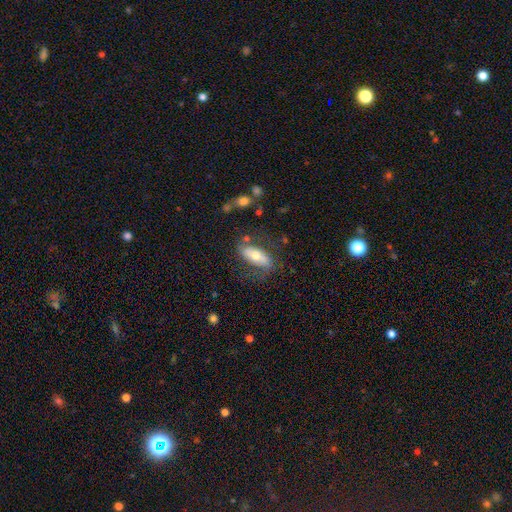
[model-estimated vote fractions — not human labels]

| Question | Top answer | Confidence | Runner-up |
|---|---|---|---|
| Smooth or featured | smooth | 48% | featured or disk (45%) |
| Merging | none | 64% | minor disturbance (21%) |